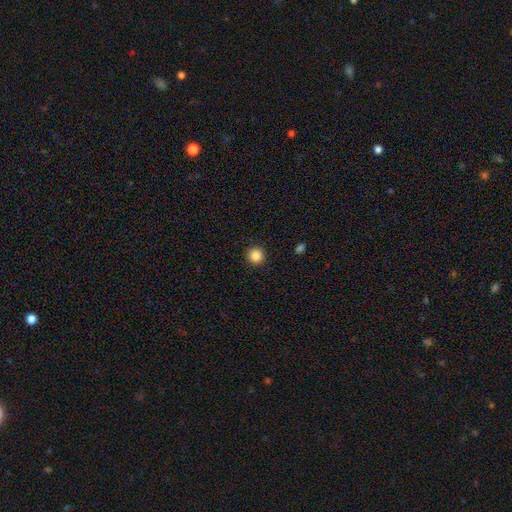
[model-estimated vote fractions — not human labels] Smooth or featured? Predicted: smooth (p=0.86). How rounded? Predicted: round (p=0.96). Merging? Predicted: none (p=0.93).